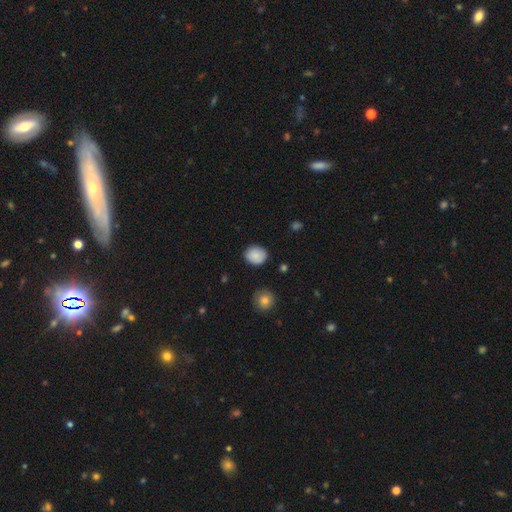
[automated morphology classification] Smooth or featured?
  - smooth: 86% *
  - star or artifact: 8%
  - featured or disk: 6%
How rounded?
  - round: 71% *
  - in between: 28%
  - cigar-shaped: 1%
Merging?
  - none: 85% *
  - minor disturbance: 11%
  - major disturbance: 2%
  - merger: 1%